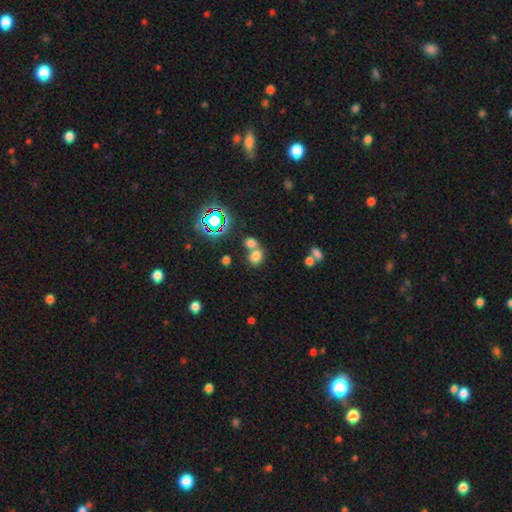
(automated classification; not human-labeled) This appears to be a smooth galaxy with no disk features (71%) that is round (57%). Merging: merger (49%).